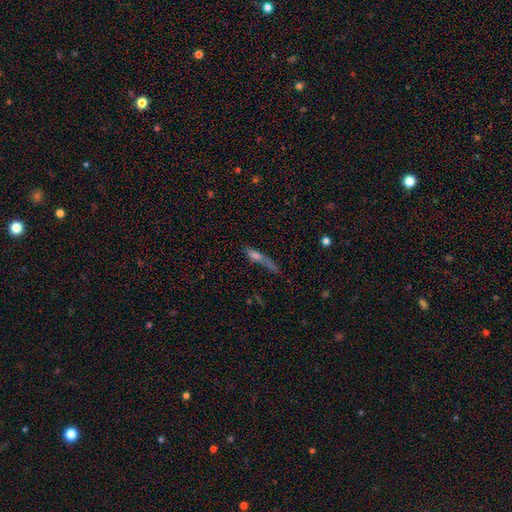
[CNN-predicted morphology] type=smooth (52%); roundness=cigar-shaped (79%); merging=none (45%).